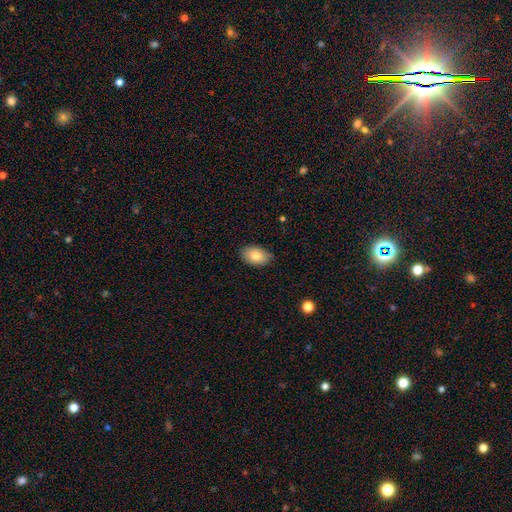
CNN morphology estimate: A smooth galaxy with no disk features (82%) that is in between round and cigar-shaped (89%). Merging: none (83%).